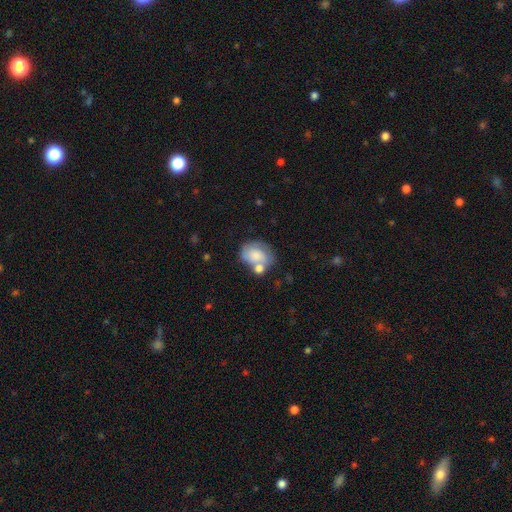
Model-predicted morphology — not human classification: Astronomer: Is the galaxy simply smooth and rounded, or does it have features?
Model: smooth — 61%.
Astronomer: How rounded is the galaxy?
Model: in between — 55% (runner-up: round, 44%).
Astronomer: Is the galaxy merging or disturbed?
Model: none — 40% (runner-up: merger, 28%).